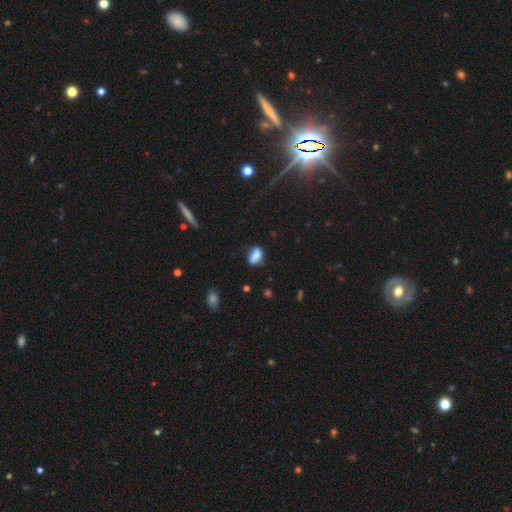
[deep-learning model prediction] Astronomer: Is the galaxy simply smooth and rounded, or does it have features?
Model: smooth — 79%.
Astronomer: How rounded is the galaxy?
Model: in between — 83%.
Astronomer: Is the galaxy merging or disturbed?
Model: none — 59%.